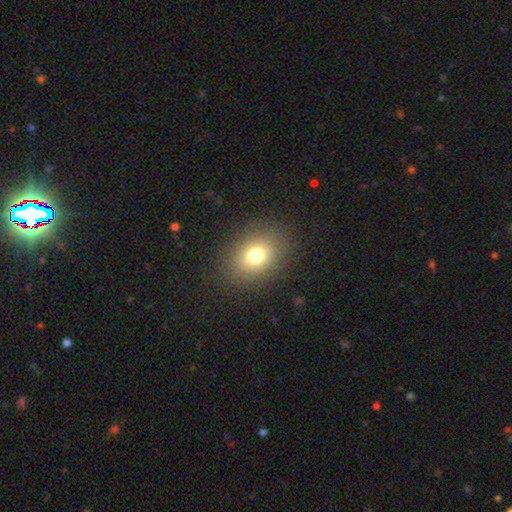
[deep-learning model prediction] This appears to be a smooth galaxy with no disk features (75%) that is in between round and cigar-shaped (60%). Merging: none (85%).